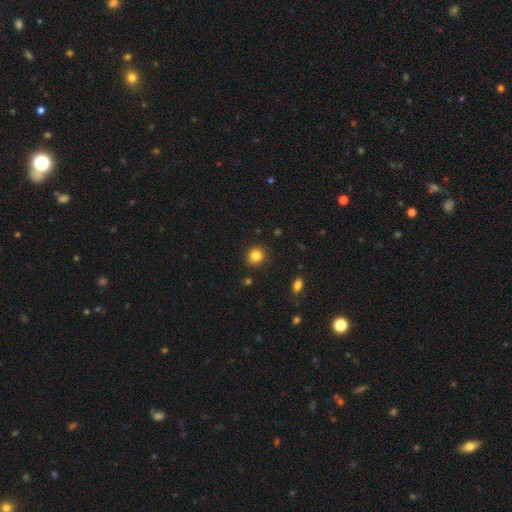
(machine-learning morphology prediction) Overall: smooth (83%). How rounded: round (86%). Merging: none (90%).